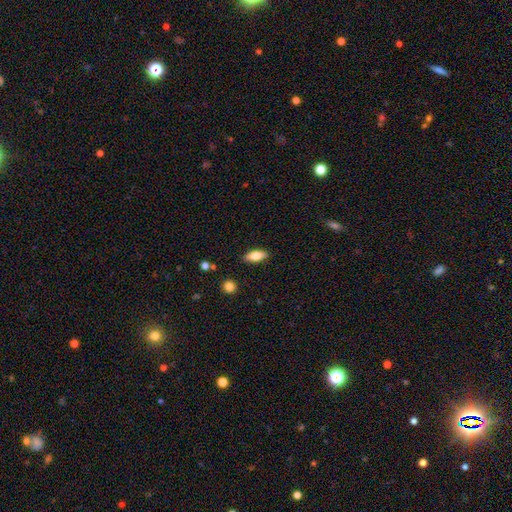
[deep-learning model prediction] Q: Smooth or featured?
A: smooth (76%); runner-up: featured or disk (17%)
Q: How rounded?
A: in between (78%); runner-up: cigar-shaped (20%)
Q: Merging?
A: none (87%); runner-up: minor disturbance (10%)